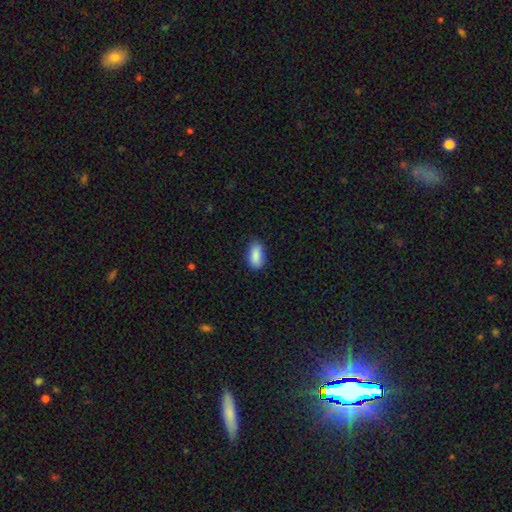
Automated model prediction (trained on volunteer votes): Smooth or featured?
  - smooth: 88% *
  - star or artifact: 7%
  - featured or disk: 5%
How rounded?
  - in between: 89% *
  - cigar-shaped: 7%
  - round: 3%
Merging?
  - none: 78% *
  - minor disturbance: 18%
  - major disturbance: 3%
  - merger: 1%